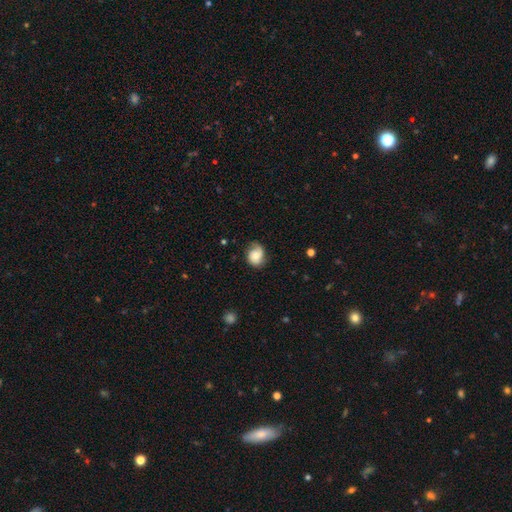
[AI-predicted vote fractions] Overall: smooth (53%; featured or disk 39%). How rounded: round (57%; in between 42%). Merging: none (66%; minor disturbance 26%).